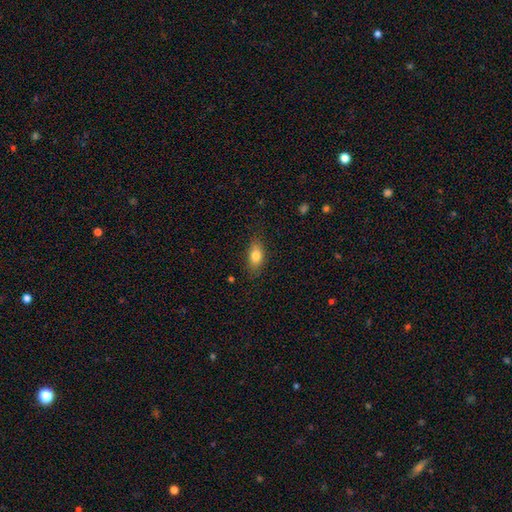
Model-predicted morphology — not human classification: Overall: smooth (80%). How rounded: in between (85%). Merging: none (81%).